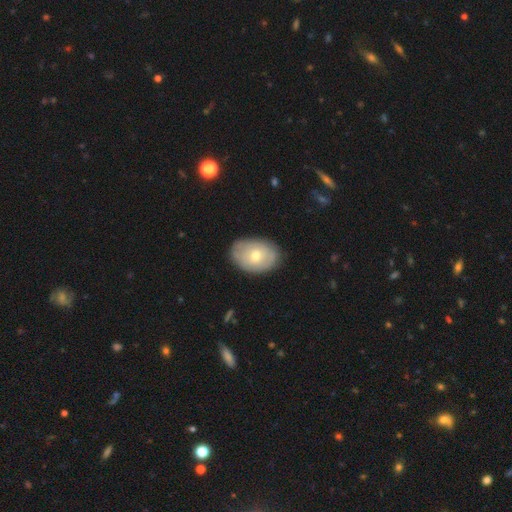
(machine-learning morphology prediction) Overall: smooth (61%; featured or disk 33%). How rounded: in between (81%). Merging: none (81%).